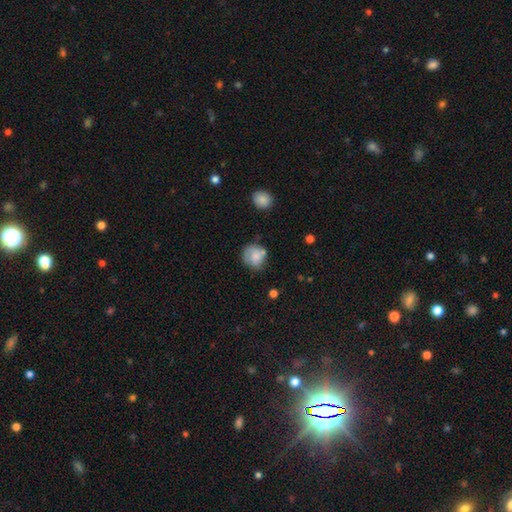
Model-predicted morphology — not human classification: smooth 73%, featured or disk 19%, star or artifact 8%. Down the decision tree: how rounded — round (80%); merging — none (58%).